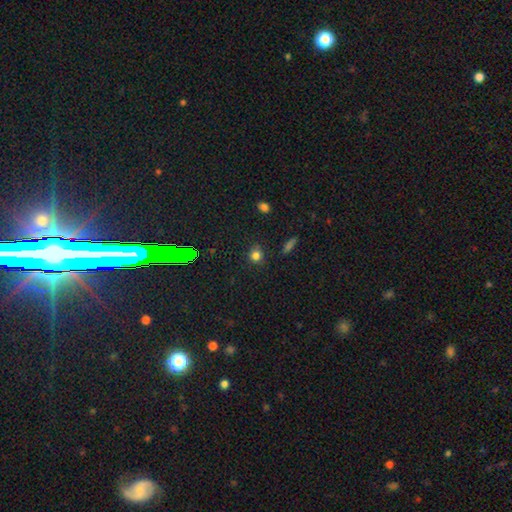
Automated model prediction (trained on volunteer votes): The model was most divided on "smooth or featured": smooth: 78%, star or artifact: 17%, featured or disk: 5%. More confident: how rounded — round (85%); merging — none (85%).